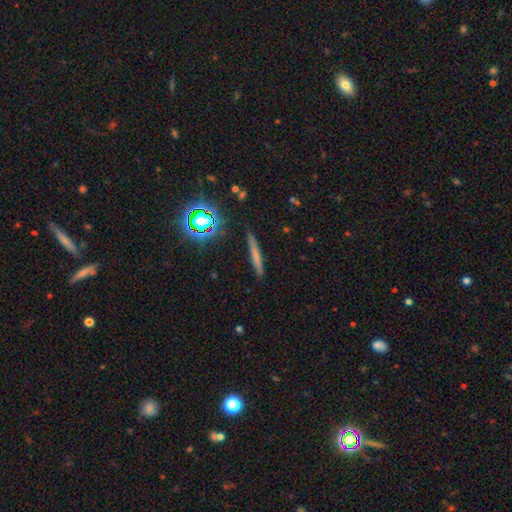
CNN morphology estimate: The model was most divided on "smooth or featured": smooth: 58%, featured or disk: 27%, star or artifact: 14%. More confident: how rounded — cigar-shaped (93%); merging — none (87%).